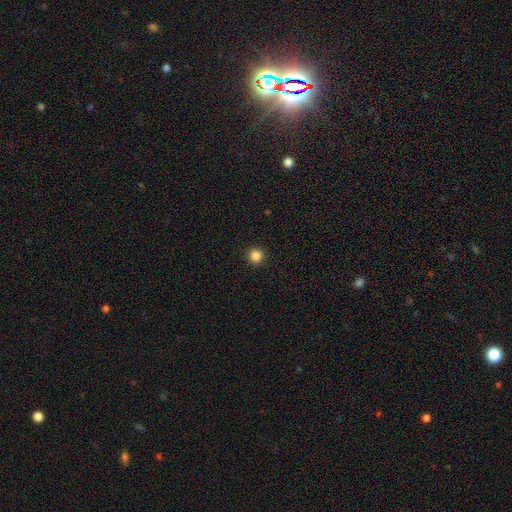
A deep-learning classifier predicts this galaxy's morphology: This is clearly a smooth galaxy (85%). How rounded: clearly round (96%). Merging: clearly none (93%).